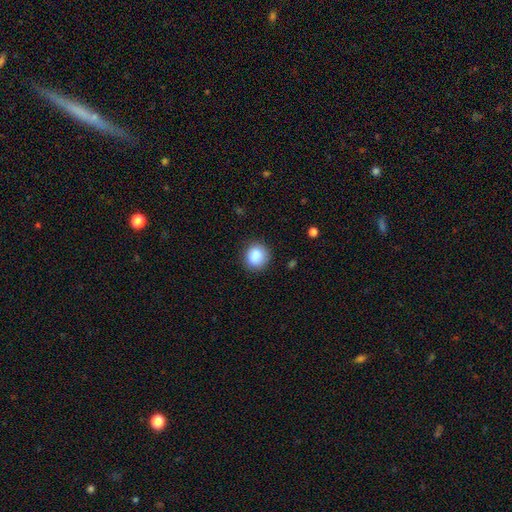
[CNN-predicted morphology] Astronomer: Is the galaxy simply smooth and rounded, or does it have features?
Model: smooth — 86%.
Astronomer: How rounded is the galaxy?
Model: round — 82%.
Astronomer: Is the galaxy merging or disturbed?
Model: none — 85%.